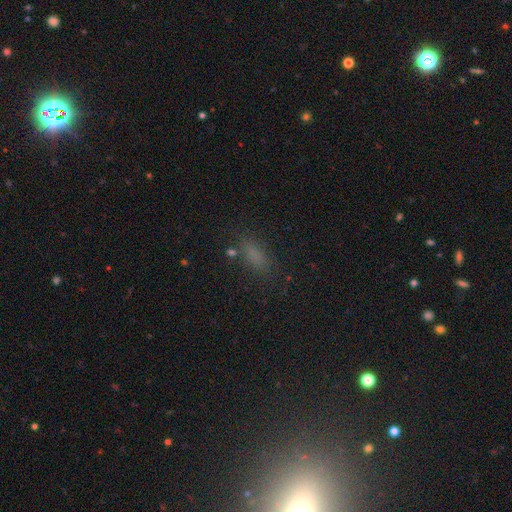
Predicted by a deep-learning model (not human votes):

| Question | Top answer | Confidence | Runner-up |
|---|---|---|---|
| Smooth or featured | smooth | 74% | star or artifact (18%) |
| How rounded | in between | 71% | cigar-shaped (23%) |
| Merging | none | 73% | minor disturbance (15%) |